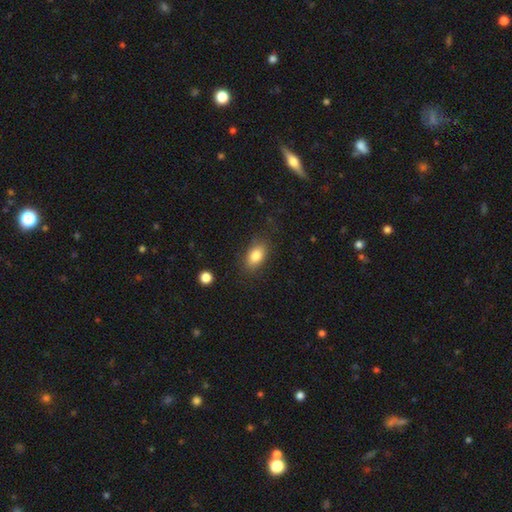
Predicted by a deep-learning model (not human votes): Smooth or featured: smooth — 83% (featured or disk — 8%)
How rounded: in between — 87% (round — 11%)
Merging: none — 81% (minor disturbance — 13%)